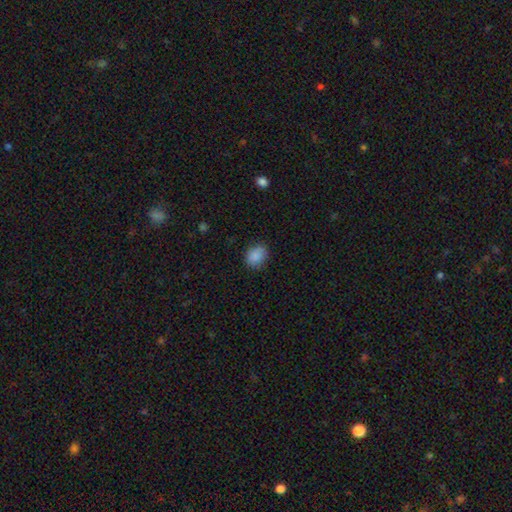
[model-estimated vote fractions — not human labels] The model was most divided on "how rounded": in between: 50%, round: 49%, cigar-shaped: 1%. More confident: smooth or featured — smooth (87%); merging — none (79%).